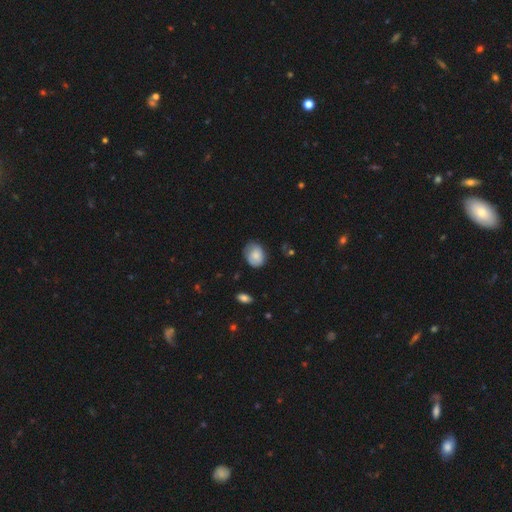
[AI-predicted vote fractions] Smooth or featured: smooth — 79% (featured or disk — 14%)
How rounded: in between — 56% (round — 43%)
Merging: none — 63% (minor disturbance — 29%)